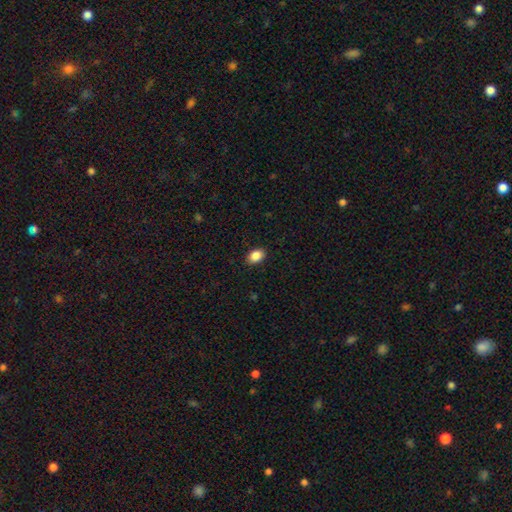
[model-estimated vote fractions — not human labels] This appears to be a smooth galaxy with no disk features (88%) that is in between round and cigar-shaped (74%). Merging: none (89%).